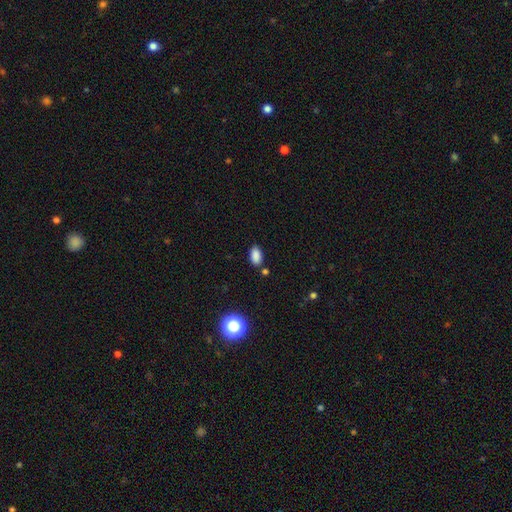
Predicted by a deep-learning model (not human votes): The model was most divided on "merging": none: 79%, minor disturbance: 13%, merger: 5%, major disturbance: 3%. More confident: how rounded — in between (90%); smooth or featured — smooth (85%).